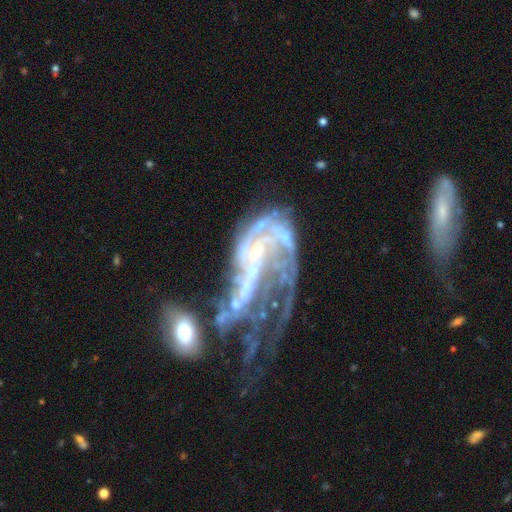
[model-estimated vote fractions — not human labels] This appears to be a featured or disk galaxy (81%) with no bar (62%), loose (39%) spiral arms (74%) and a small central bulge (58%). Merging: major disturbance (46%).